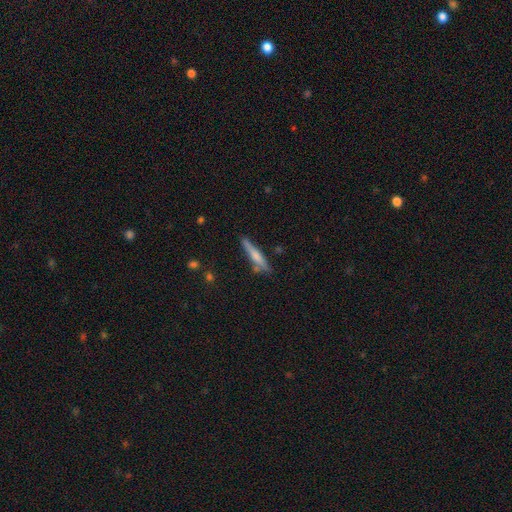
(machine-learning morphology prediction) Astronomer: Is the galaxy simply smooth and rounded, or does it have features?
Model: smooth — 56% (runner-up: featured or disk, 38%).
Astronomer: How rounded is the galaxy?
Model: cigar-shaped — 91%.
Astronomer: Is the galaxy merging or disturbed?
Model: none — 79%.